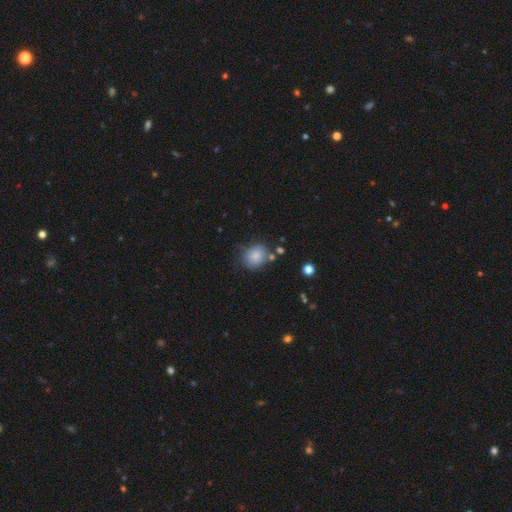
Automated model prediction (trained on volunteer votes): The model was most divided on "merging": none: 66%, minor disturbance: 20%, merger: 7%, major disturbance: 6%. More confident: smooth or featured — smooth (81%); how rounded — round (73%).